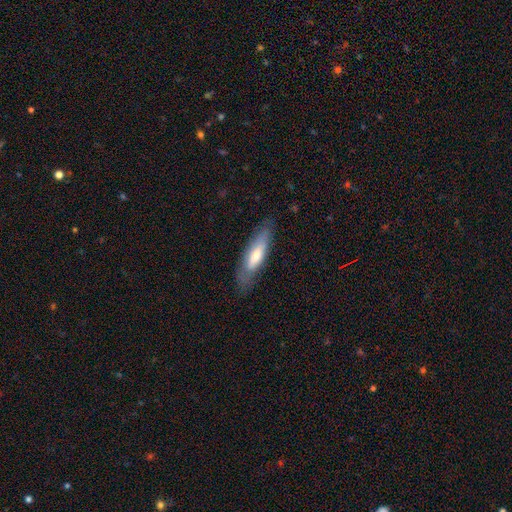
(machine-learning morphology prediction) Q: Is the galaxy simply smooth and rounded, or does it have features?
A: smooth — 56%.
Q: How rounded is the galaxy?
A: cigar-shaped — 68%.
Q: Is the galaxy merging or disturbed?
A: none — 79%.